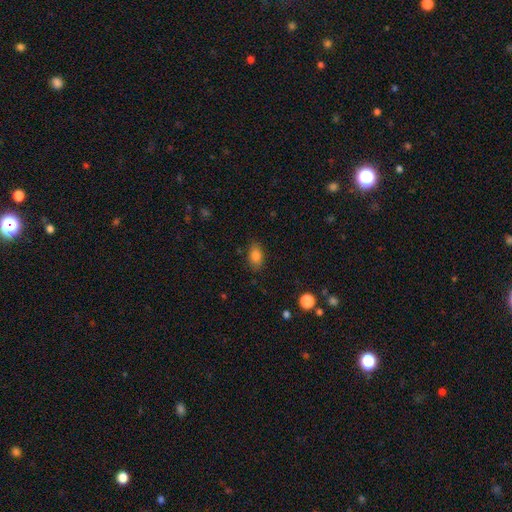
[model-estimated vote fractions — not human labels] smooth_or_featured: smooth (p=0.83) [alt: star or artifact p=0.10]
how_rounded: in between (p=0.86) [alt: round p=0.11]
merging: none (p=0.83) [alt: minor disturbance p=0.12]